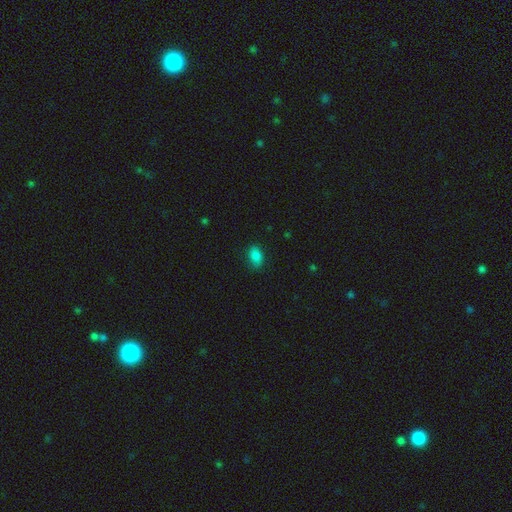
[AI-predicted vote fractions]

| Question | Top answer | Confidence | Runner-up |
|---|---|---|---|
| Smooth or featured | smooth | 84% | star or artifact (11%) |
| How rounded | in between | 83% | round (15%) |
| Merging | none | 82% | minor disturbance (14%) |